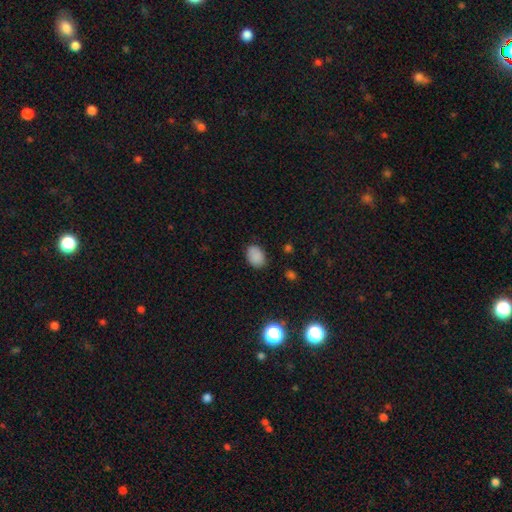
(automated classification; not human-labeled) Smooth or featured: smooth — 86% (star or artifact — 10%)
How rounded: in between — 78% (round — 21%)
Merging: none — 82% (minor disturbance — 14%)